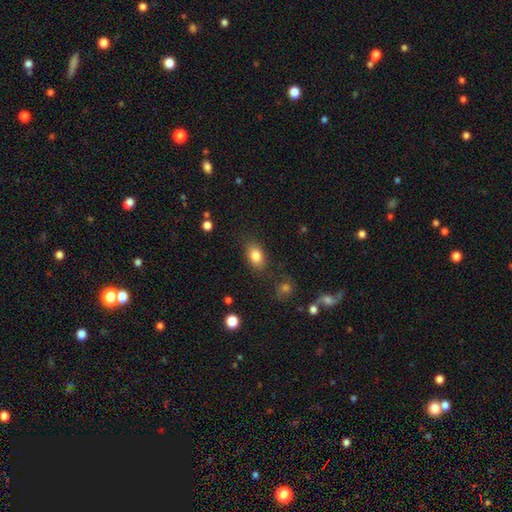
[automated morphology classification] smooth_or_featured: smooth (p=0.83) [alt: star or artifact p=0.09]
how_rounded: in between (p=0.84) [alt: round p=0.14]
merging: none (p=0.80) [alt: minor disturbance p=0.12]